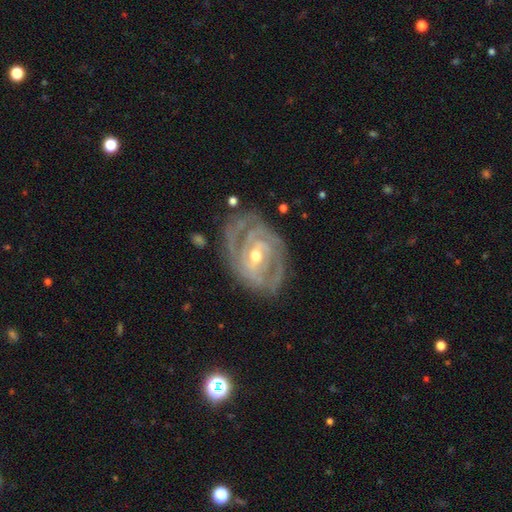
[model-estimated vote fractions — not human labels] This appears to be a featured or disk galaxy (91%) with a weak bar (46%), 3 (30%) tight (72%) spiral arms (97%) and a moderate central bulge (64%). Merging: none (73%).